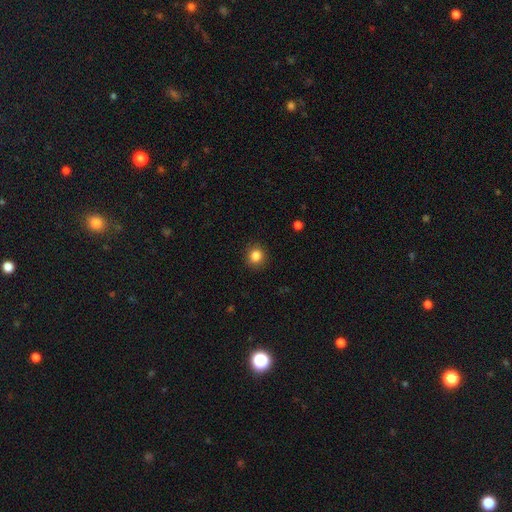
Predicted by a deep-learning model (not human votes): A smooth galaxy with no disk features (85%) that is round (89%). Merging: none (90%).